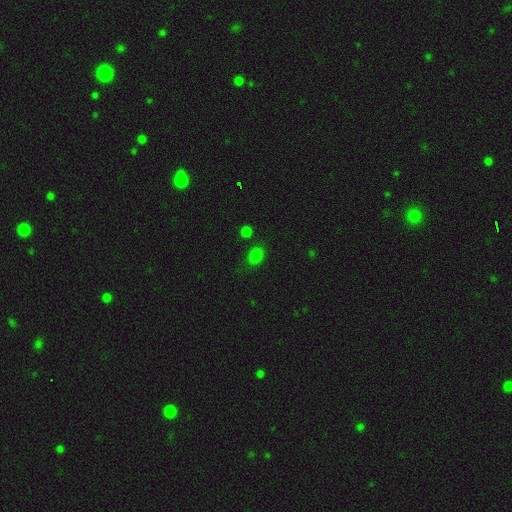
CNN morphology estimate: Q: Smooth or featured?
A: smooth (77%); runner-up: star or artifact (18%)
Q: How rounded?
A: in between (71%); runner-up: round (28%)
Q: Merging?
A: none (76%); runner-up: minor disturbance (15%)